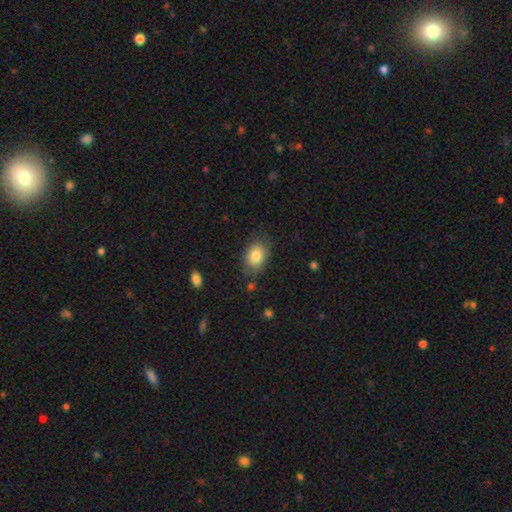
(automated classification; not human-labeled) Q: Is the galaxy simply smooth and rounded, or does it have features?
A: smooth — 82%.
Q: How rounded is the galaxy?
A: in between — 76%.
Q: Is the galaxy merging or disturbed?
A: none — 74%.